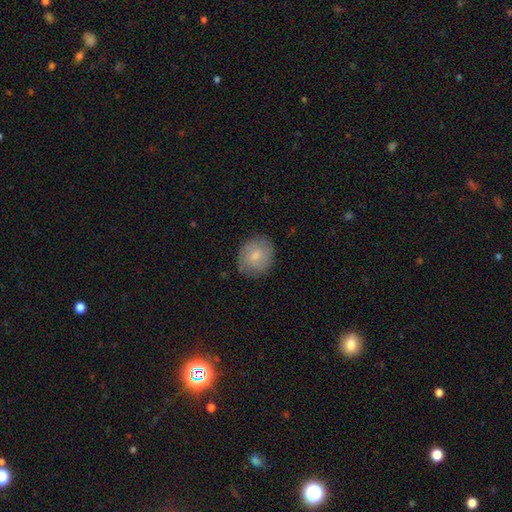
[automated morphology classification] The model was most divided on "how rounded": round: 71%, in between: 28%, cigar-shaped: 1%. More confident: merging — none (82%); smooth or featured — smooth (74%).